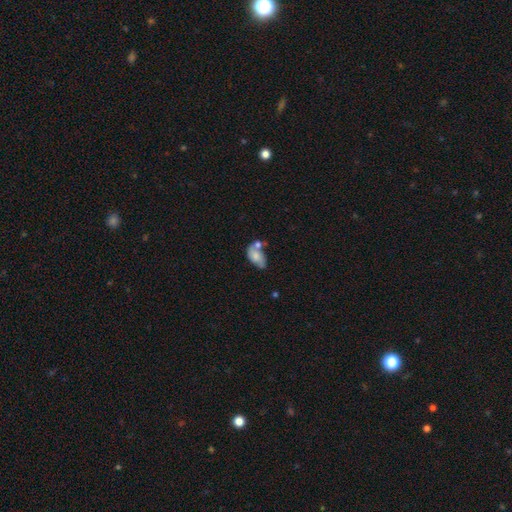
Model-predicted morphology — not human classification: Smooth or featured?
  - smooth: 63% *
  - featured or disk: 29%
  - star or artifact: 8%
How rounded?
  - in between: 91% *
  - round: 7%
  - cigar-shaped: 2%
Merging?
  - merger: 37% *
  - none: 32%
  - minor disturbance: 21%
  - major disturbance: 10%